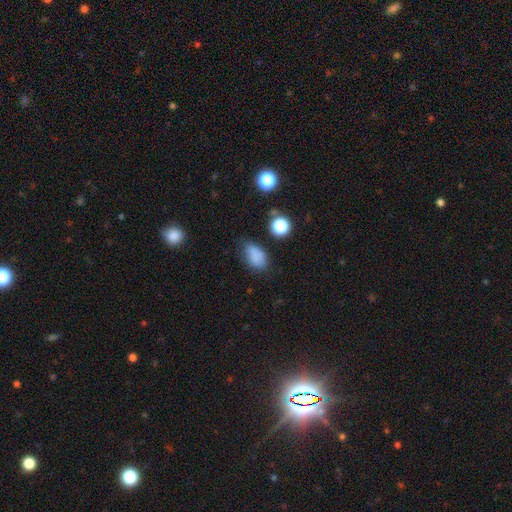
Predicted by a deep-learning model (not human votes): smooth_or_featured: smooth (p=0.81) [alt: star or artifact p=0.13]
how_rounded: in between (p=0.86) [alt: round p=0.13]
merging: none (p=0.65) [alt: minor disturbance p=0.25]